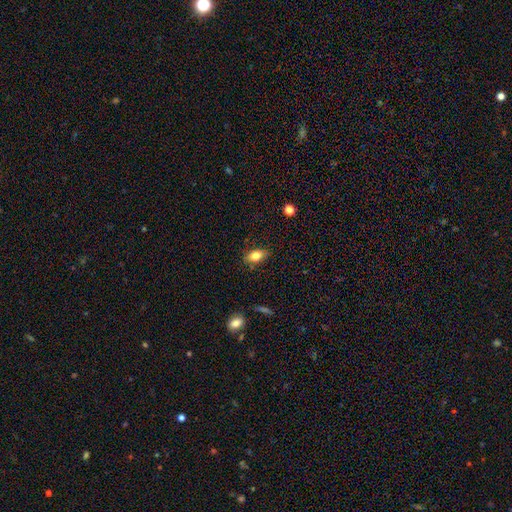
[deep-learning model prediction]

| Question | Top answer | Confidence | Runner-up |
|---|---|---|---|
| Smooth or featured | smooth | 79% | featured or disk (12%) |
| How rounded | in between | 87% | round (7%) |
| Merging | none | 83% | minor disturbance (13%) |